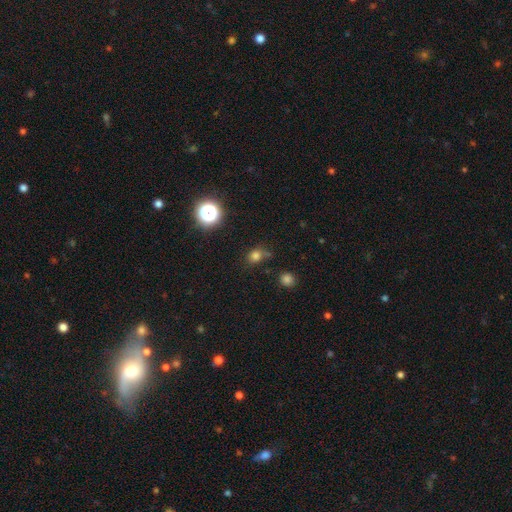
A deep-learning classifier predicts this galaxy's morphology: Overall: smooth (74%). How rounded: round (67%; in between 32%). Merging: none (64%).